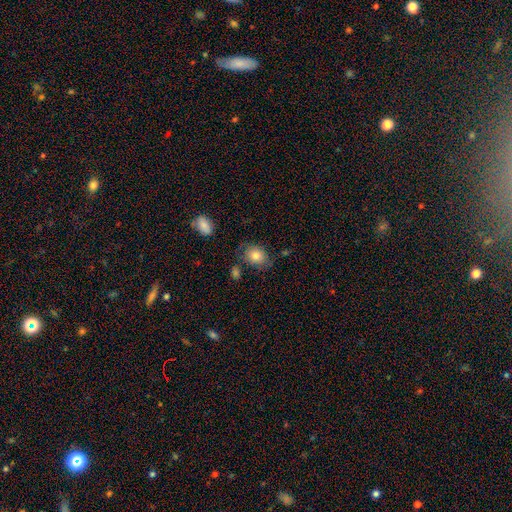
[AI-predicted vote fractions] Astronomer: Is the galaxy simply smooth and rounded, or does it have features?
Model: smooth — 79%.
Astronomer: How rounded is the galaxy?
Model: in between — 60% (runner-up: round, 39%).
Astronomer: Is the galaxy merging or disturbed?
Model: none — 66%.